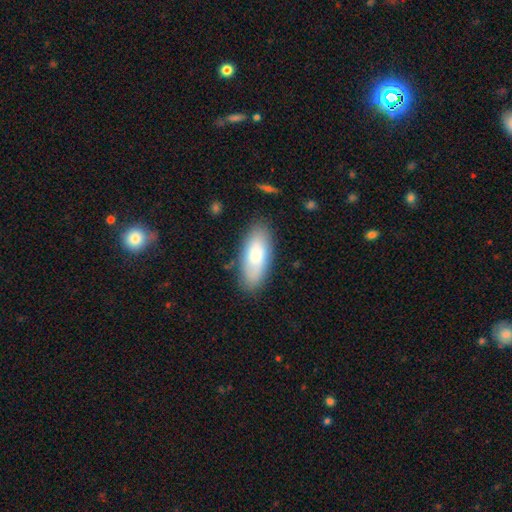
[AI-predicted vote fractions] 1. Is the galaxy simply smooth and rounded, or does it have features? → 70% smooth, 23% featured or disk, 6% star or artifact.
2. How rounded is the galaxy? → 84% in between, 14% cigar-shaped, 2% round.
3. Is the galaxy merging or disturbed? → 82% none, 13% minor disturbance, 3% major disturbance, 2% merger.